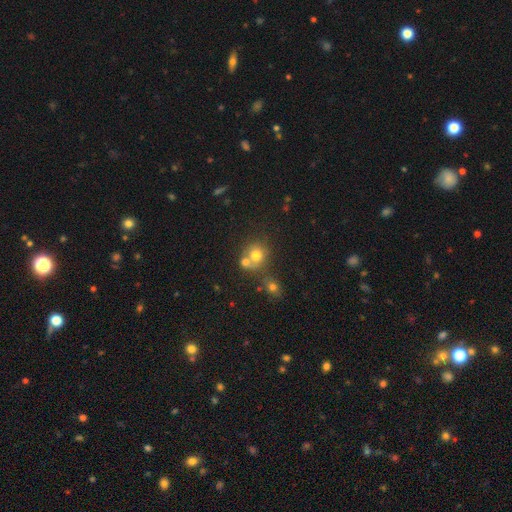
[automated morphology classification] smooth_or_featured: smooth (p=0.71) [alt: featured or disk p=0.16]
how_rounded: round (p=0.79) [alt: in between p=0.20]
merging: merger (p=0.45) [alt: none p=0.41]